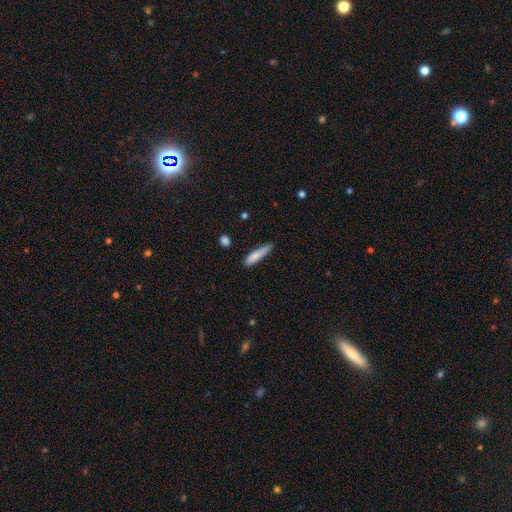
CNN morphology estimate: The model was most divided on "merging": none: 65%, minor disturbance: 28%, major disturbance: 5%, merger: 2%. More confident: smooth or featured — smooth (81%); how rounded — cigar-shaped (80%).